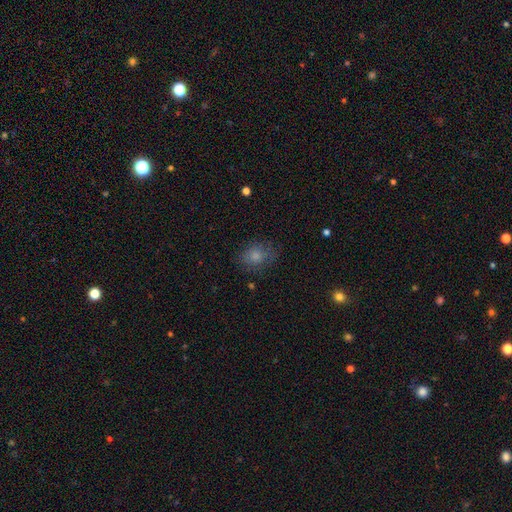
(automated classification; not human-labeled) The model was most divided on "how rounded": round: 58%, in between: 41%, cigar-shaped: 1%. More confident: smooth or featured — smooth (78%); merging — none (71%).